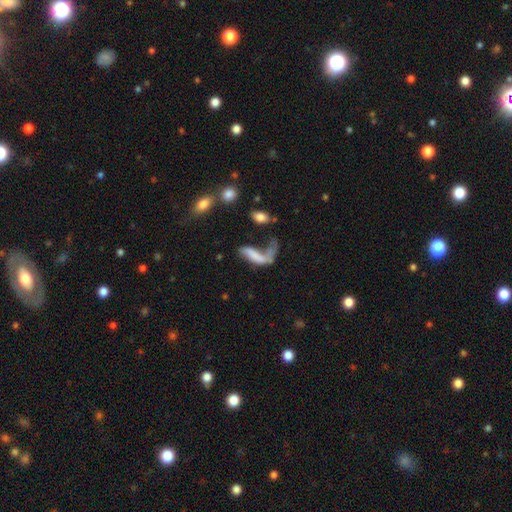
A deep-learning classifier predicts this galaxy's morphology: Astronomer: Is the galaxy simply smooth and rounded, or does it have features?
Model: smooth — 50% (runner-up: featured or disk, 39%).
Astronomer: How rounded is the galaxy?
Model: in between — 54% (runner-up: cigar-shaped, 41%).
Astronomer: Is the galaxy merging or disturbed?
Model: major disturbance — 47%.